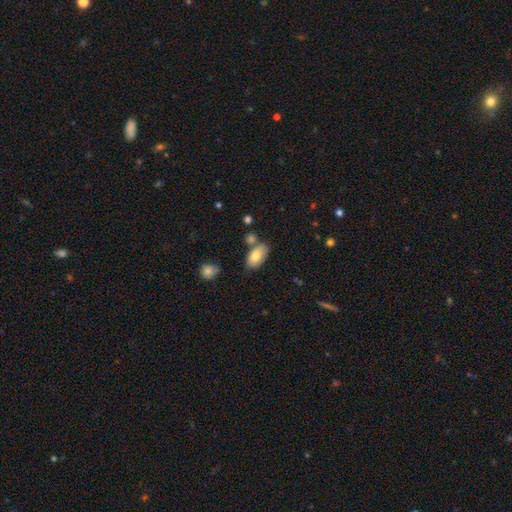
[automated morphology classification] smooth_or_featured: smooth (p=0.78) [alt: featured or disk p=0.15]
how_rounded: in between (p=0.93) [alt: round p=0.06]
merging: none (p=0.62) [alt: minor disturbance p=0.18]